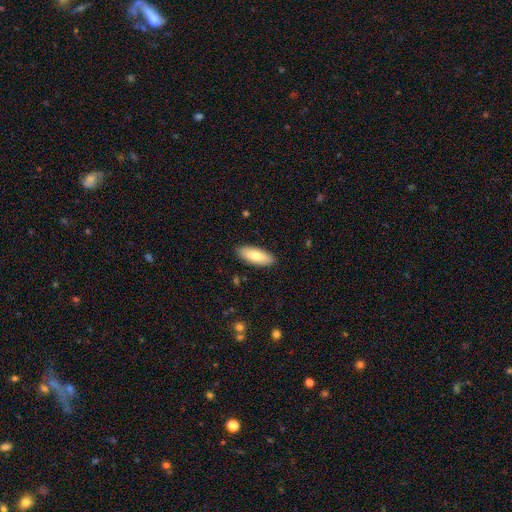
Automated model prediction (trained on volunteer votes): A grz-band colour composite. It shows a smooth galaxy with no disk features (76%) that is in between round and cigar-shaped (77%). Merging: none (89%).